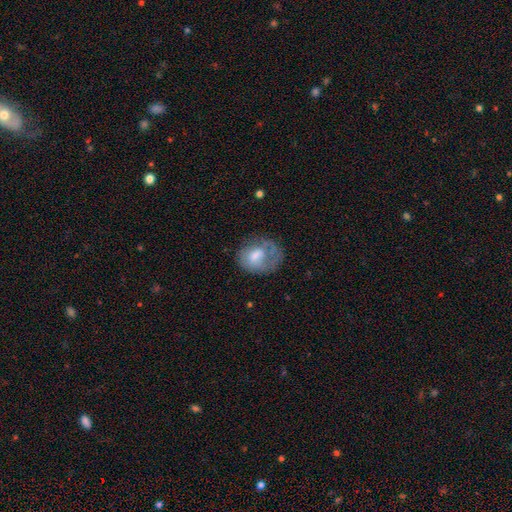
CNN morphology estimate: The model was most divided on "smooth or featured": smooth: 49%, featured or disk: 43%, star or artifact: 8%. Remaining: merging — none (45%).